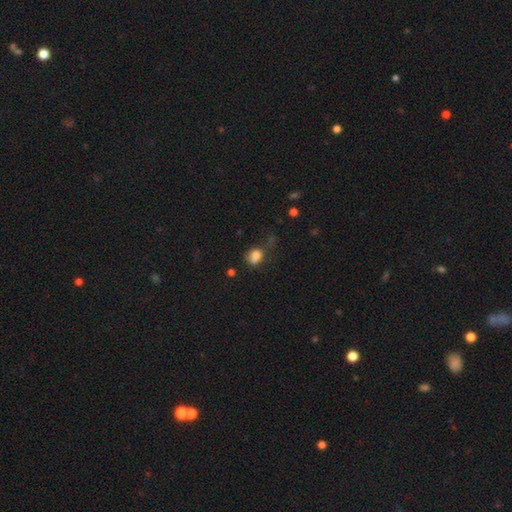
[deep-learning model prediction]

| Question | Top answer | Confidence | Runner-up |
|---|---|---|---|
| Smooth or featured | smooth | 78% | star or artifact (12%) |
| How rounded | in between | 60% | round (38%) |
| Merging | none | 36% | minor disturbance (30%) |